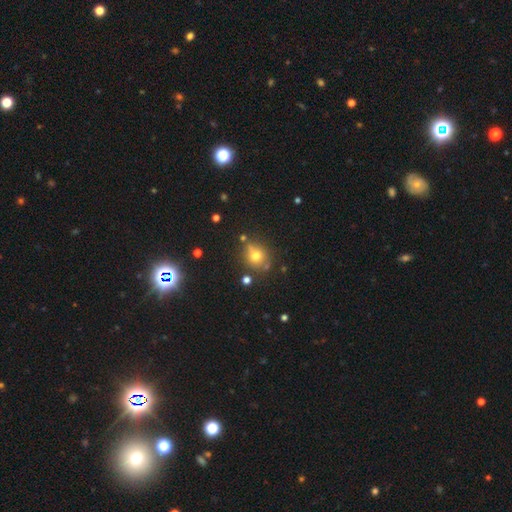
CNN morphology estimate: A smooth galaxy with no disk features (68%) that is round (77%). Merging: none (69%).